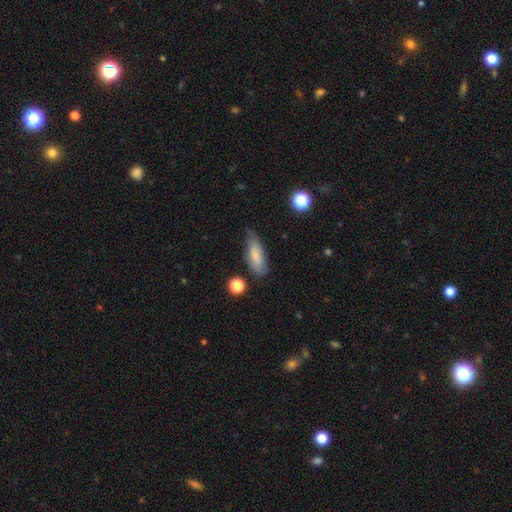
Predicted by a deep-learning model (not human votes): Q: Smooth or featured?
A: smooth (75%); runner-up: featured or disk (18%)
Q: How rounded?
A: in between (68%); runner-up: cigar-shaped (30%)
Q: Merging?
A: none (65%); runner-up: minor disturbance (26%)